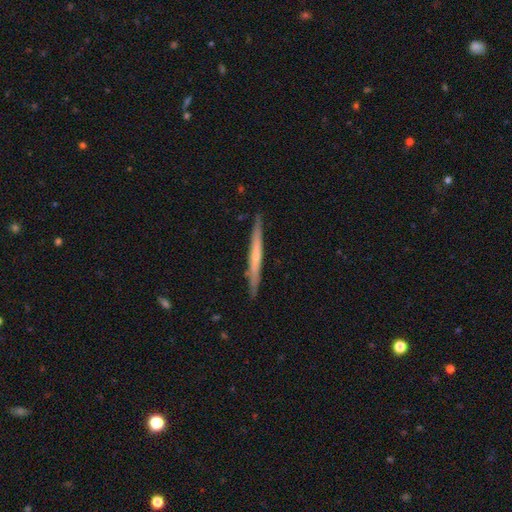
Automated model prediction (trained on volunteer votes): Smooth or featured? featured or disk (54%)
Edge-on disk? yes (96%)
Edge-on bulge? none (69%)
Merging? none (89%)